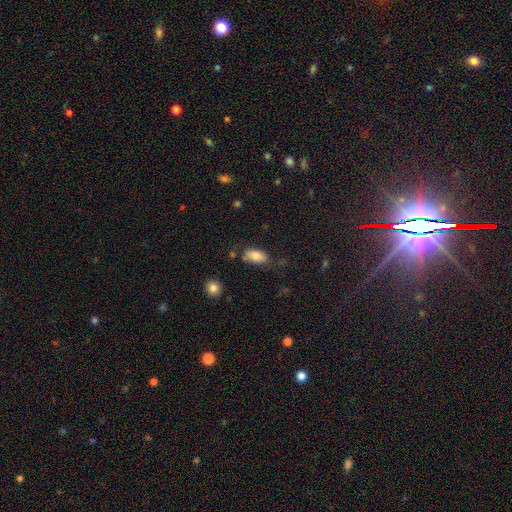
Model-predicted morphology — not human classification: smooth_or_featured: smooth (p=0.81) [alt: featured or disk p=0.11]
how_rounded: in between (p=0.92) [alt: round p=0.05]
merging: none (p=0.67) [alt: minor disturbance p=0.21]